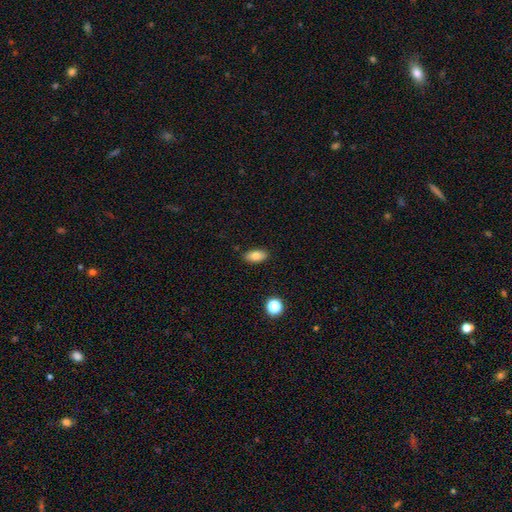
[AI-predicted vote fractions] The model was most divided on "smooth or featured": smooth: 81%, featured or disk: 10%, star or artifact: 9%. More confident: how rounded — in between (90%); merging — none (88%).